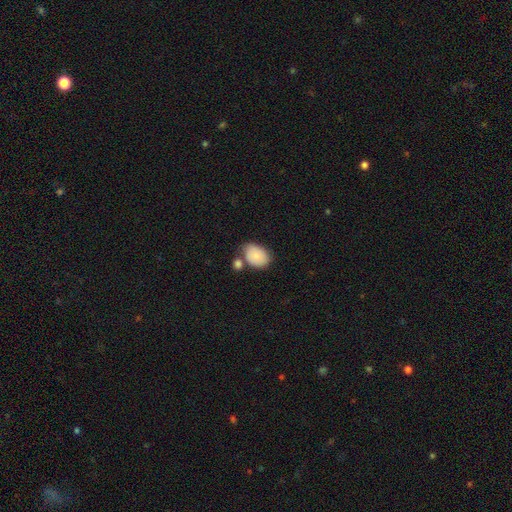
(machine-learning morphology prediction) A smooth galaxy with no disk features (84%) that is in between round and cigar-shaped (78%). Merging: none (53%).